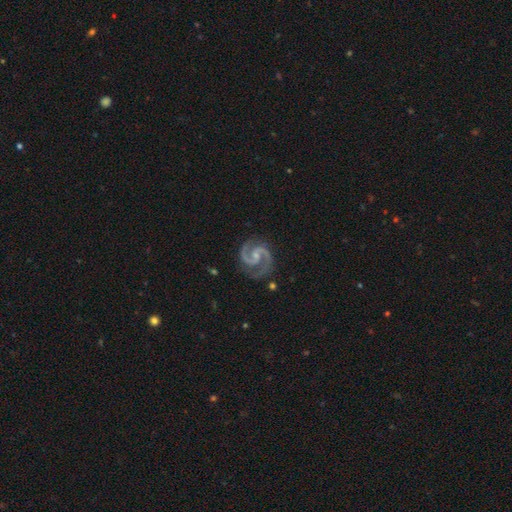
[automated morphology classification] The model was most divided on "bar": no: 48%, weak: 40%, strong: 12%. More confident: spiral arms — yes (99%); edge-on disk — no (99%); spiral arm count — 2 (94%); smooth or featured — featured or disk (94%); merging — none (80%); spiral winding — medium (67%); bulge size — small (63%).